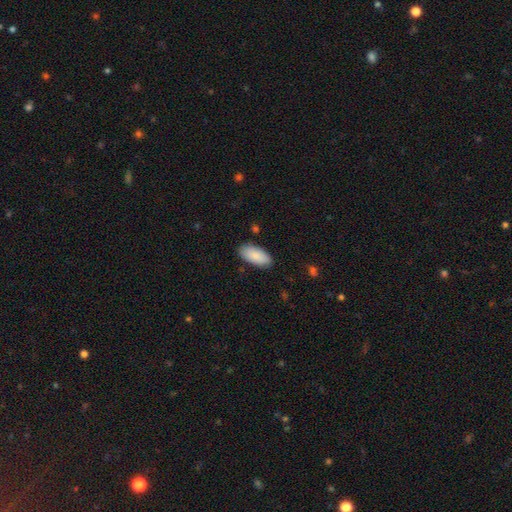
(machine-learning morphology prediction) type=smooth (88%); roundness=in between (92%); merging=none (86%).